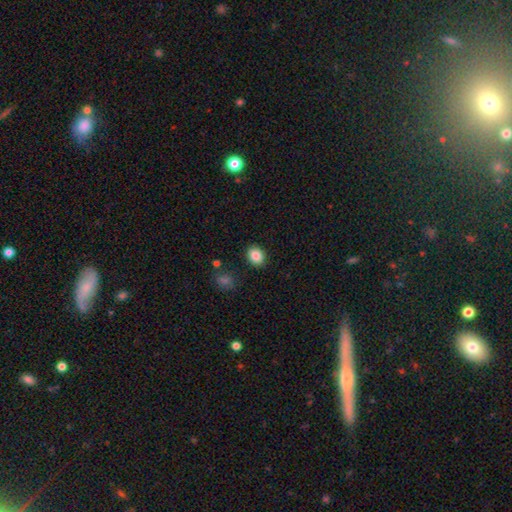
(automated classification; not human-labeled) The model was most divided on "how rounded": round: 51%, in between: 49%, cigar-shaped: 1%. More confident: merging — none (88%); smooth or featured — smooth (87%).